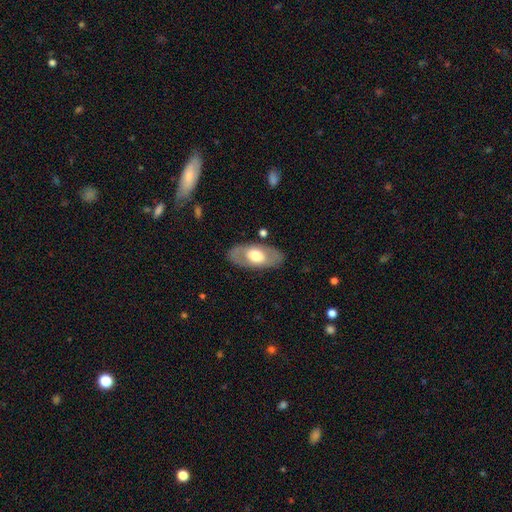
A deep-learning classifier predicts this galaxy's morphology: type=smooth (48%); merging=none (83%).